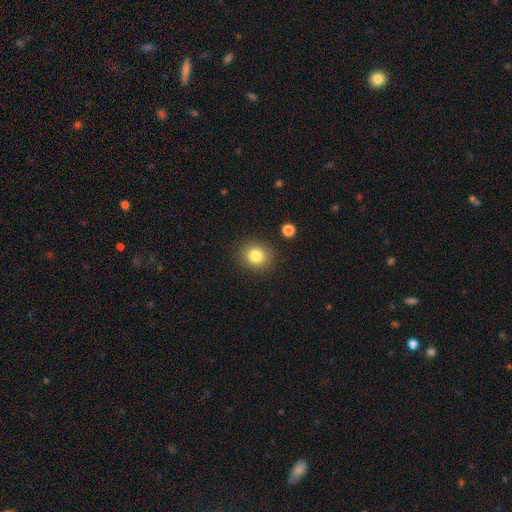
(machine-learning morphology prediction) Smooth or featured? smooth (82%)
How rounded? round (81%)
Merging? none (87%)